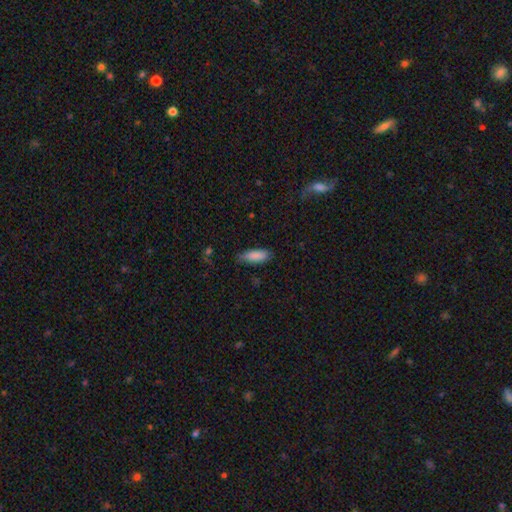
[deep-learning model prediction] This is clearly a smooth galaxy (86%). How rounded: likely in between (66%). Merging: likely none (72%).